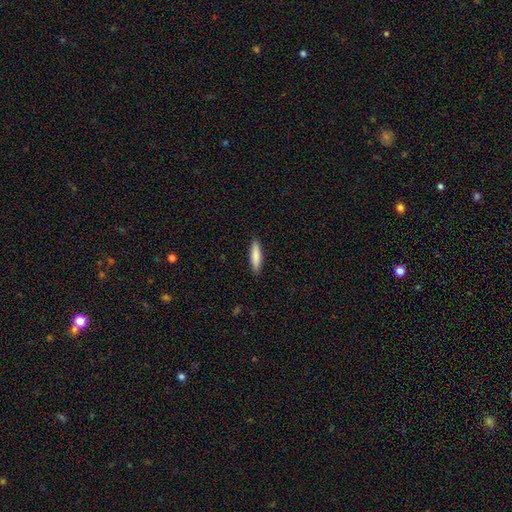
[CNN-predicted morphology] Q: Smooth or featured?
A: smooth (84%); runner-up: featured or disk (11%)
Q: How rounded?
A: cigar-shaped (76%); runner-up: in between (23%)
Q: Merging?
A: none (90%); runner-up: minor disturbance (7%)